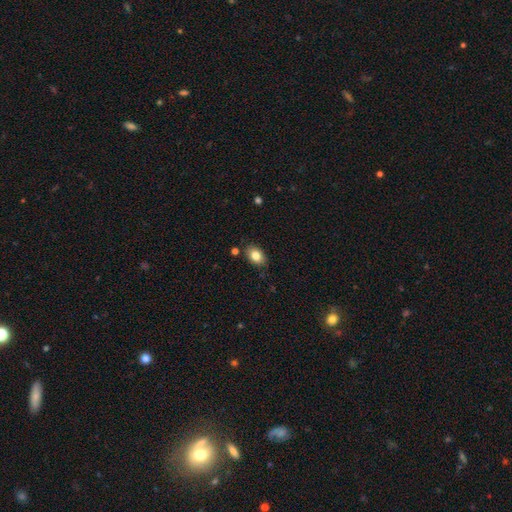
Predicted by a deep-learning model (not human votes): The model was most divided on "how rounded": in between: 81%, round: 18%, cigar-shaped: 1%. More confident: merging — none (84%); smooth or featured — smooth (83%).